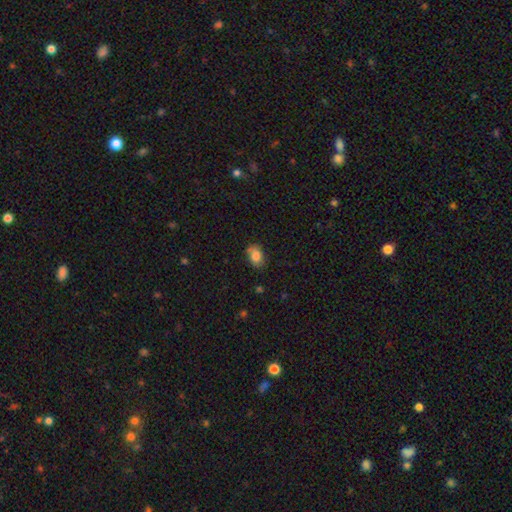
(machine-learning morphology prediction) Overall: smooth (83%). How rounded: in between (75%). Merging: none (70%).